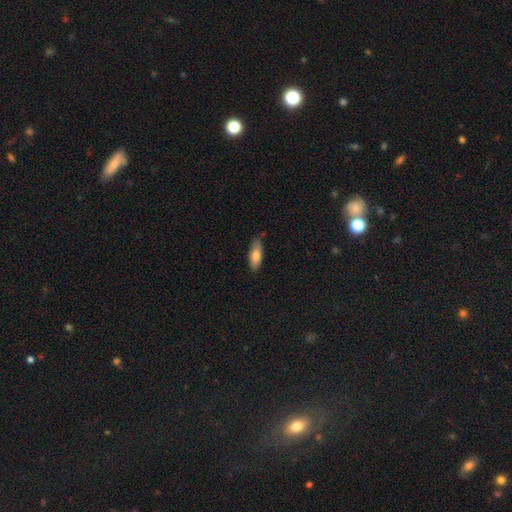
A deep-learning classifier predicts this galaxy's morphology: This is likely a smooth galaxy (79%). How rounded: likely in between (71%). Merging: likely none (79%).